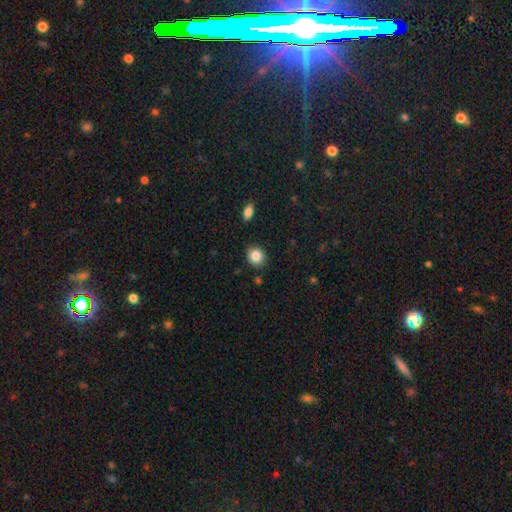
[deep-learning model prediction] Morphology: type=smooth (85%); roundness=round (67%); merging=none (85%).